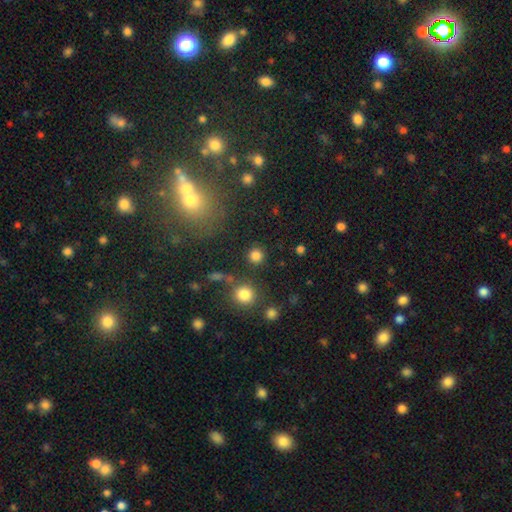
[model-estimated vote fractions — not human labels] Smooth or featured? smooth (83%)
How rounded? round (93%)
Merging? none (87%)